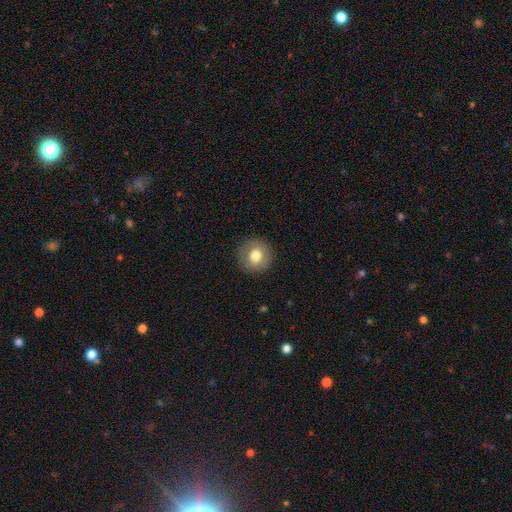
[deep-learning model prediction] Smooth or featured?
  - smooth: 77% *
  - featured or disk: 14%
  - star or artifact: 9%
How rounded?
  - round: 94% *
  - in between: 5%
  - cigar-shaped: 1%
Merging?
  - none: 90% *
  - minor disturbance: 6%
  - major disturbance: 2%
  - merger: 1%